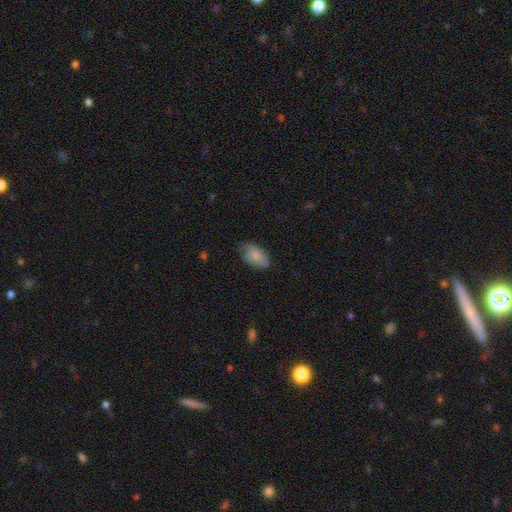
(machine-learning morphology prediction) This is likely a smooth galaxy (80%). How rounded: clearly in between (93%). Merging: likely none (64%).